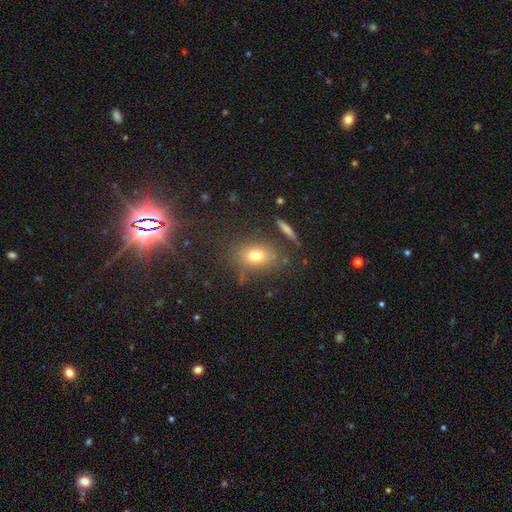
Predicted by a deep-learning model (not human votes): smooth_or_featured: smooth (p=0.74) [alt: star or artifact p=0.13]
how_rounded: in between (p=0.62) [alt: round p=0.36]
merging: none (p=0.78) [alt: minor disturbance p=0.12]